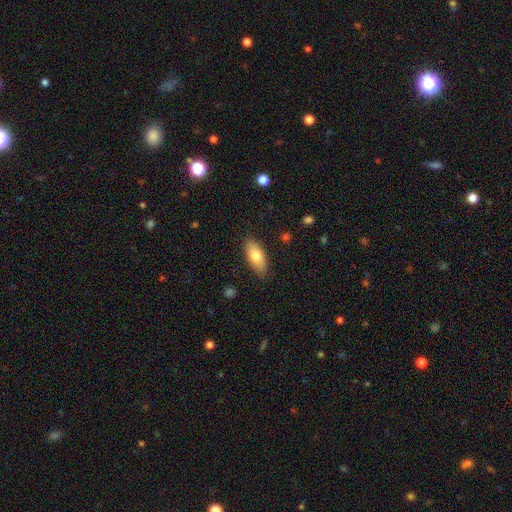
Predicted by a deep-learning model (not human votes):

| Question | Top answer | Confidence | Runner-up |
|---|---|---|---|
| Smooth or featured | smooth | 77% | featured or disk (17%) |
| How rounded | in between | 83% | cigar-shaped (15%) |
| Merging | none | 85% | minor disturbance (12%) |